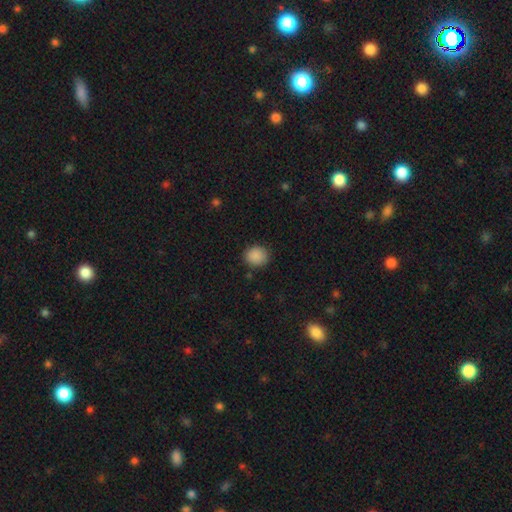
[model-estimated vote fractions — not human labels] smooth 88%, star or artifact 9%, featured or disk 3%. Down the decision tree: how rounded — round (78%); merging — none (87%).